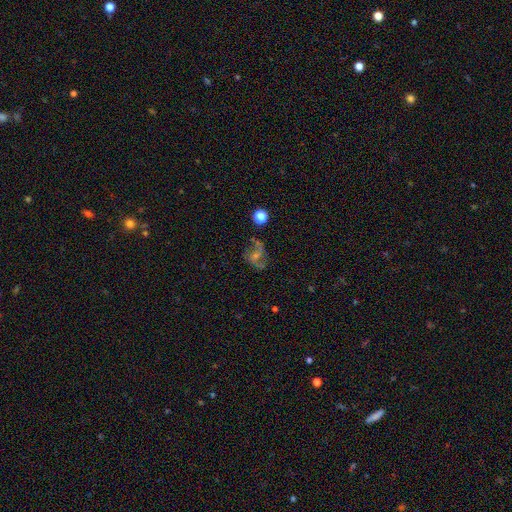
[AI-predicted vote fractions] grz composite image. It shows a featured or disk galaxy (71%) with no bar (47%), 2 (77%) loose (49%) spiral arms (90%) and a small central bulge (56%). Merging: none (64%).